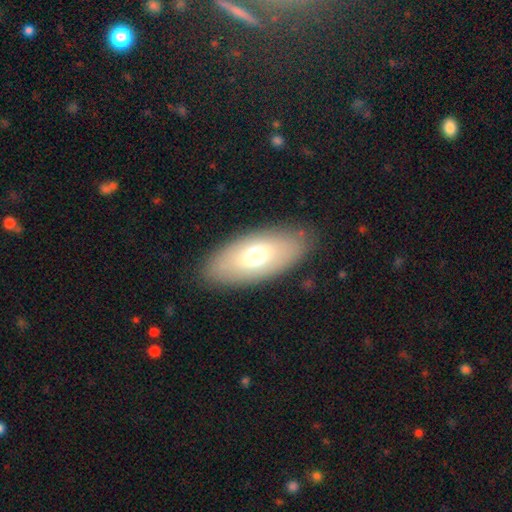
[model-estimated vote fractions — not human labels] Smooth or featured?
  - smooth: 66% *
  - featured or disk: 27%
  - star or artifact: 7%
How rounded?
  - in between: 89% *
  - cigar-shaped: 9%
  - round: 3%
Merging?
  - none: 85% *
  - minor disturbance: 10%
  - major disturbance: 3%
  - merger: 1%